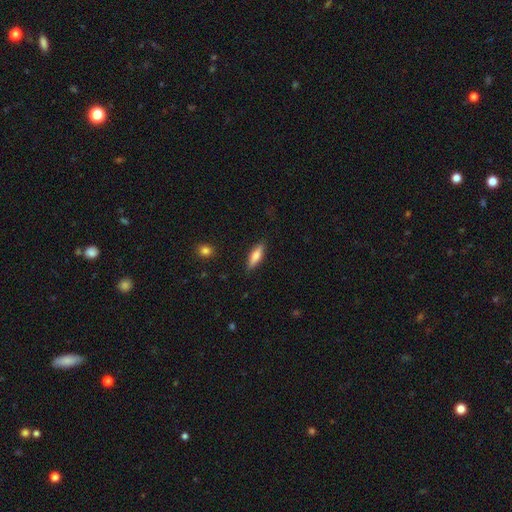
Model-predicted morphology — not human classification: Overall: smooth (66%; featured or disk 28%). How rounded: cigar-shaped (57%; in between 41%). Merging: none (86%).